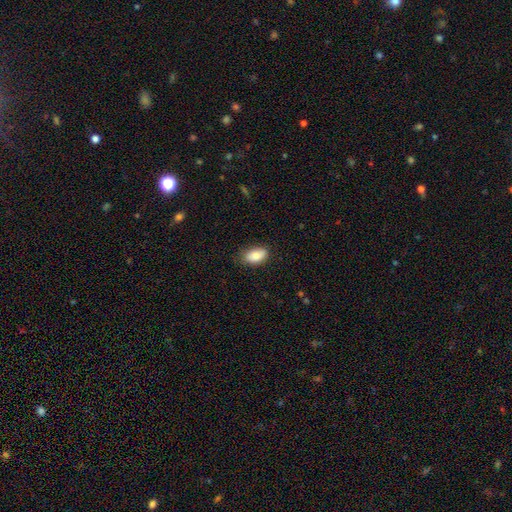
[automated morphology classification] Smooth or featured?
  - smooth: 87% *
  - star or artifact: 7%
  - featured or disk: 7%
How rounded?
  - in between: 93% *
  - round: 5%
  - cigar-shaped: 2%
Merging?
  - none: 79% *
  - minor disturbance: 17%
  - major disturbance: 3%
  - merger: 1%